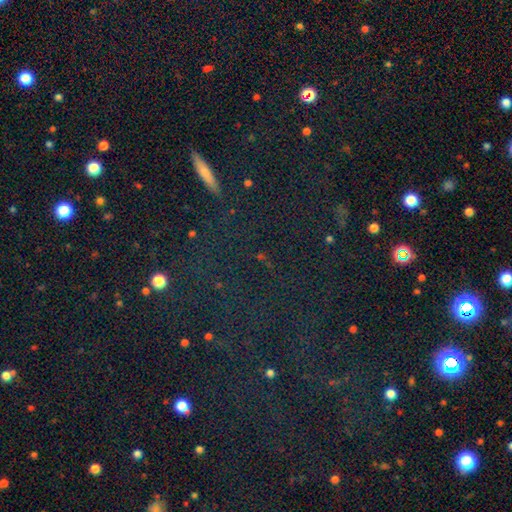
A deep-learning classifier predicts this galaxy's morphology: A star or artifact, not a galaxy (62%).